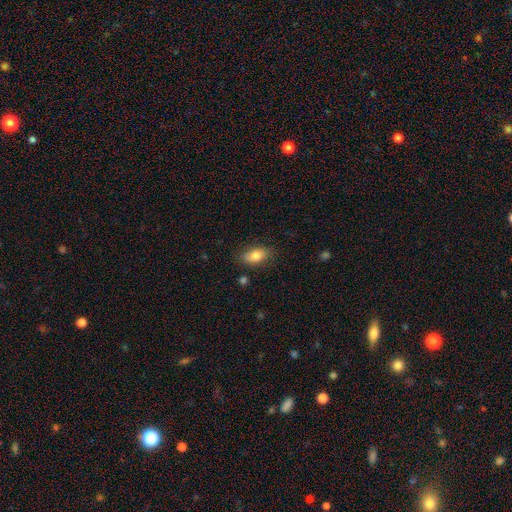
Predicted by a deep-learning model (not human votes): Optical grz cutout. It shows a smooth galaxy with no disk features (79%) that is in between round and cigar-shaped (88%). Merging: none (78%).